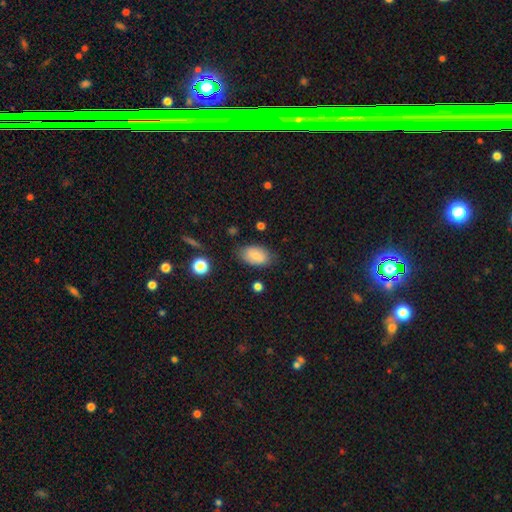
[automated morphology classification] This is clearly a smooth galaxy (81%). How rounded: clearly in between (92%). Merging: likely none (76%).